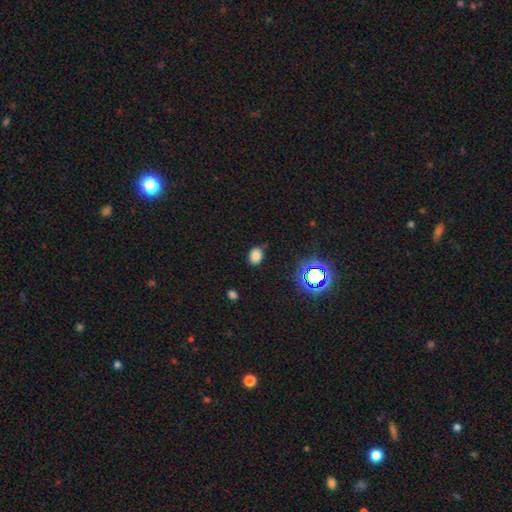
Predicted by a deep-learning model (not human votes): smooth 77%, star or artifact 17%, featured or disk 5%. Down the decision tree: how rounded — in between (61%); merging — none (79%).